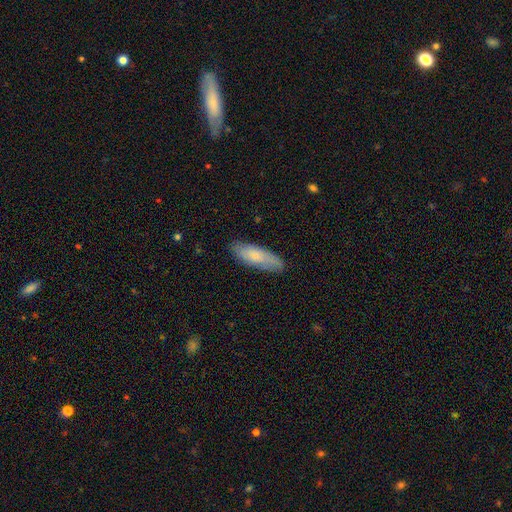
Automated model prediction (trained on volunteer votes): A smooth galaxy with no disk features (73%) that is in between round and cigar-shaped (56%).

Vote fractions:
- Smooth or featured? smooth: 73% / featured or disk: 21% / star or artifact: 6%
- How rounded? in between: 56% / cigar-shaped: 42% / round: 2%
- Merging? none: 84% / minor disturbance: 13% / major disturbance: 2% / merger: 1%